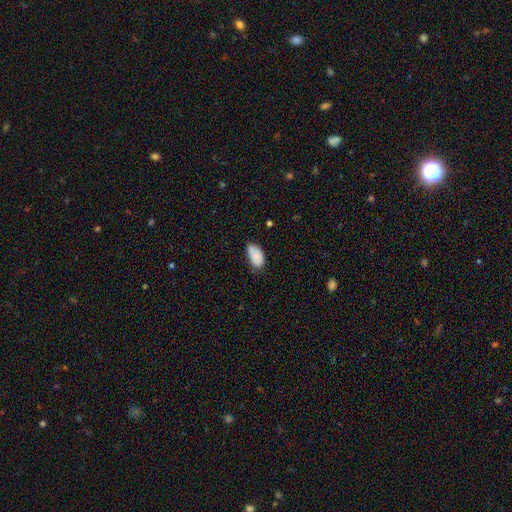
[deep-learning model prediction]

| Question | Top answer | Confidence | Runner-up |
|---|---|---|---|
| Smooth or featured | smooth | 84% | featured or disk (8%) |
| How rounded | in between | 94% | round (4%) |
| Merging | none | 61% | minor disturbance (31%) |